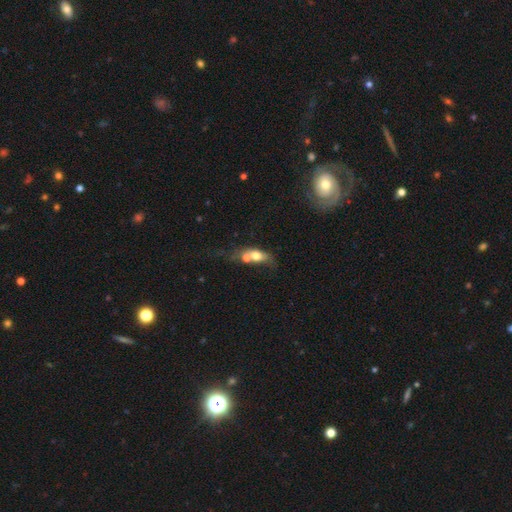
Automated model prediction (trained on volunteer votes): This is likely a smooth galaxy (61%). How rounded: possibly in between (60%). Merging: possibly merger (59%).